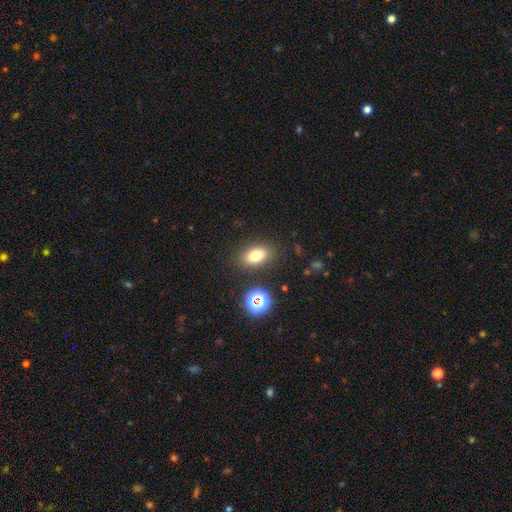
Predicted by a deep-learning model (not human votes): This is likely a smooth galaxy (77%). How rounded: clearly in between (84%). Merging: clearly none (84%).